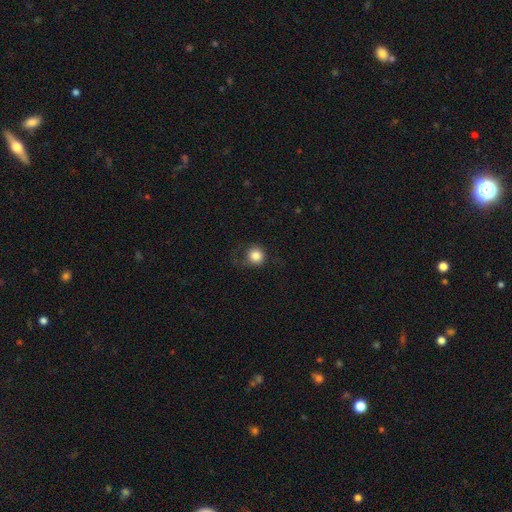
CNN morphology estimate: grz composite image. It shows a smooth galaxy with no disk features (82%) that is round (90%). Merging: none (63%).